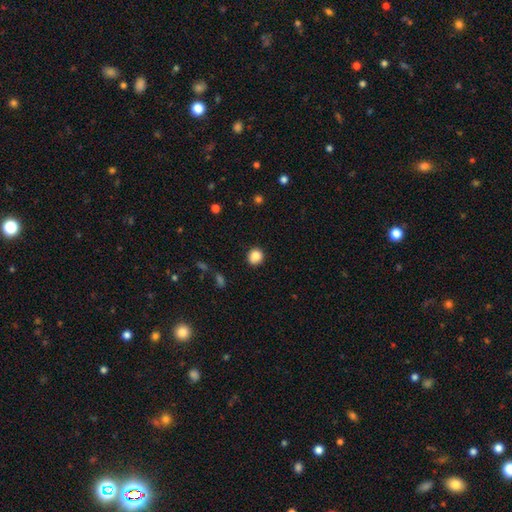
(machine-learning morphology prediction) A smooth galaxy with no disk features (85%) that is round (89%). Merging: none (88%).